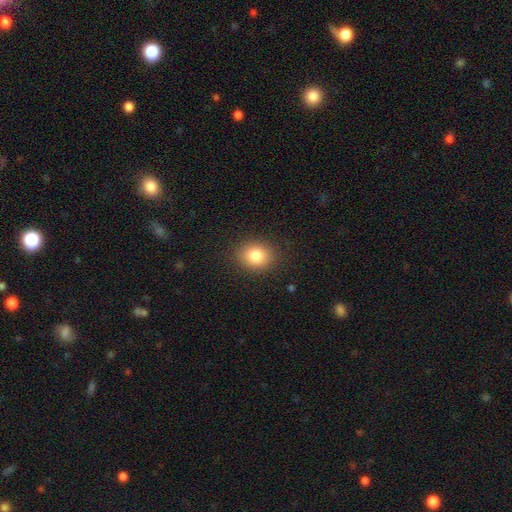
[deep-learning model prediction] Smooth or featured: smooth — 81% (star or artifact — 11%)
How rounded: round — 66% (in between — 33%)
Merging: none — 88% (minor disturbance — 8%)